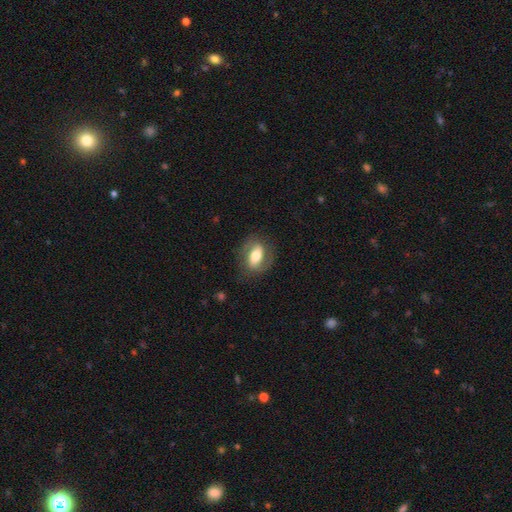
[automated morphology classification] A featured or disk galaxy (54%). Merging: none (75%).